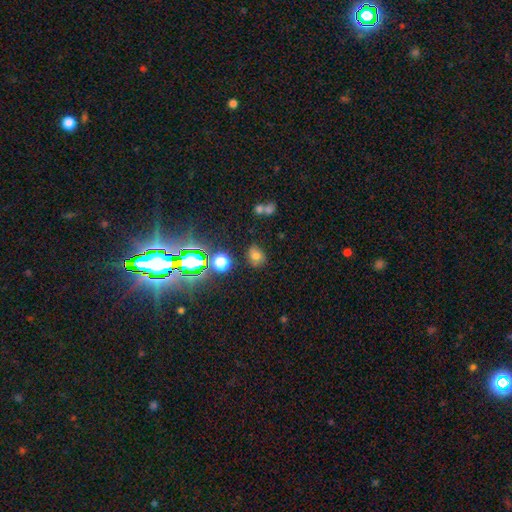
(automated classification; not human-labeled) smooth_or_featured: smooth (p=0.64) [alt: star or artifact p=0.23]
how_rounded: in between (p=0.50) [alt: round p=0.49]
merging: none (p=0.72) [alt: minor disturbance p=0.16]